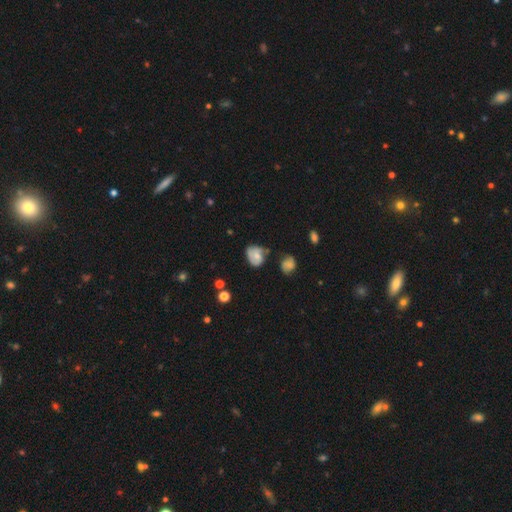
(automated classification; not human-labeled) This is possibly a smooth galaxy (48%). Merging: marginally none (44%).